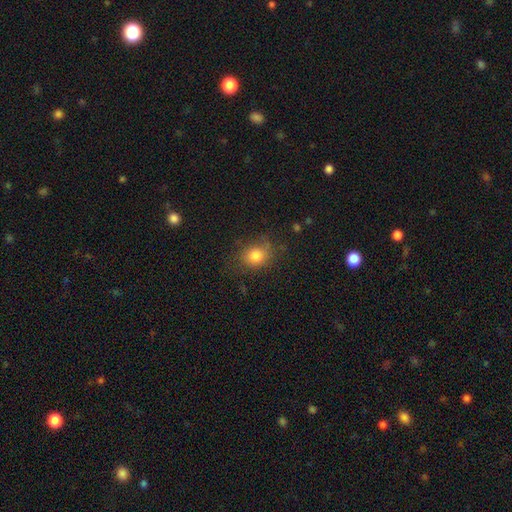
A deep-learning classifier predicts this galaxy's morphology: Q: Smooth or featured?
A: smooth (82%); runner-up: star or artifact (11%)
Q: How rounded?
A: round (63%); runner-up: in between (36%)
Q: Merging?
A: none (72%); runner-up: minor disturbance (19%)